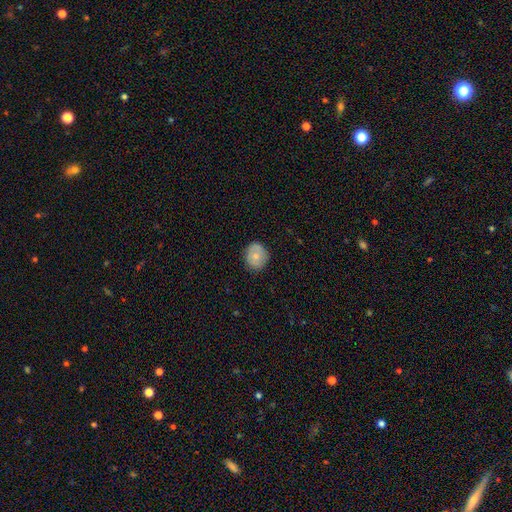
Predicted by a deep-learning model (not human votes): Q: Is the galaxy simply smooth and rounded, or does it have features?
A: smooth — 72%.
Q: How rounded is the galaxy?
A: round — 73%.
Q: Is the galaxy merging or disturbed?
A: none — 82%.